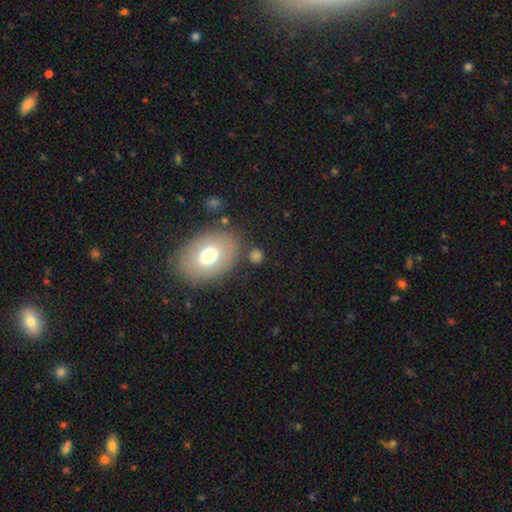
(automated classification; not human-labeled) Morphology: type=smooth (75%); roundness=round (67%); merging=none (73%).